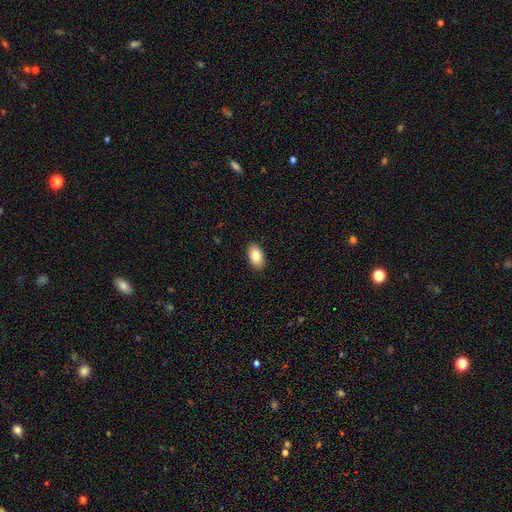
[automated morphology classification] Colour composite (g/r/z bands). It shows a smooth galaxy with no disk features (83%) that is in between round and cigar-shaped (94%). Merging: none (90%).